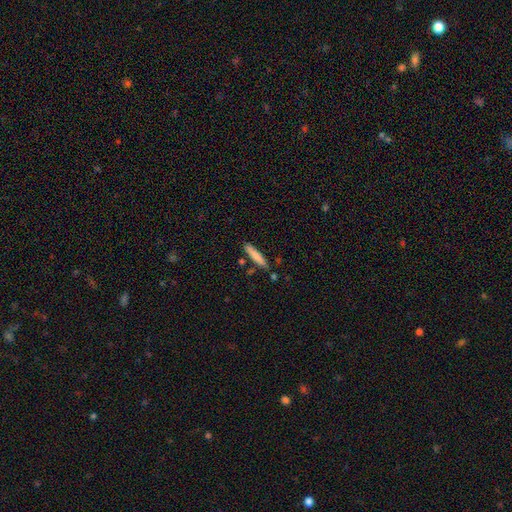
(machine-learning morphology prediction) smooth-or-featured: smooth: 77% | featured or disk: 16% | star or artifact: 6%
  how-rounded: cigar-shaped: 89% | in between: 10% | round: 1%
  merging: none: 80% | minor disturbance: 12% | merger: 5% | major disturbance: 2%